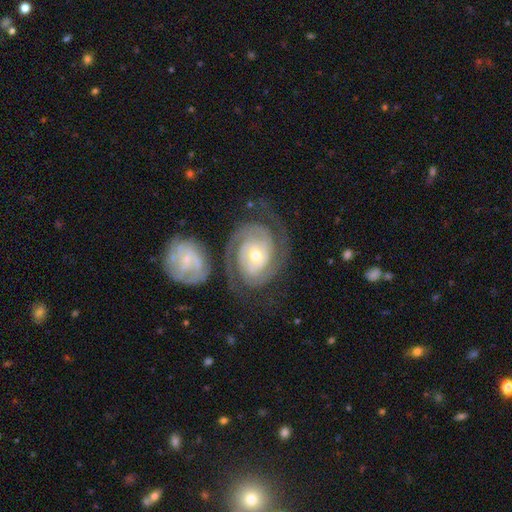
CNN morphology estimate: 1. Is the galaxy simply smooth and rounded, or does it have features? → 90% featured or disk, 6% smooth, 5% star or artifact.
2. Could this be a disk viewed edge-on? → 97% no, 3% yes.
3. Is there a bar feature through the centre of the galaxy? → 58% no, 29% weak, 13% strong.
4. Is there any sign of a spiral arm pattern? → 98% yes, 2% no.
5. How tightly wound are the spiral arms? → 74% tight, 22% medium, 4% loose.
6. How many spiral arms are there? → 75% 2, 9% 3, 9% can't tell, 3% 4, 3% 1, 2% more than 4.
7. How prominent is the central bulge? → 48% small, 47% moderate, 3% large, 1% none, 1% dominant.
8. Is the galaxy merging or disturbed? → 63% none, 14% minor disturbance, 13% merger, 9% major disturbance.